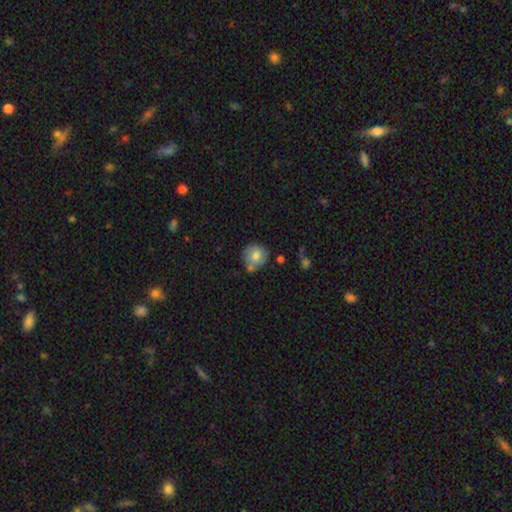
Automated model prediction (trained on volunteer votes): Smooth or featured: smooth — 75% (featured or disk — 17%)
How rounded: round — 88% (in between — 11%)
Merging: none — 63% (minor disturbance — 18%)